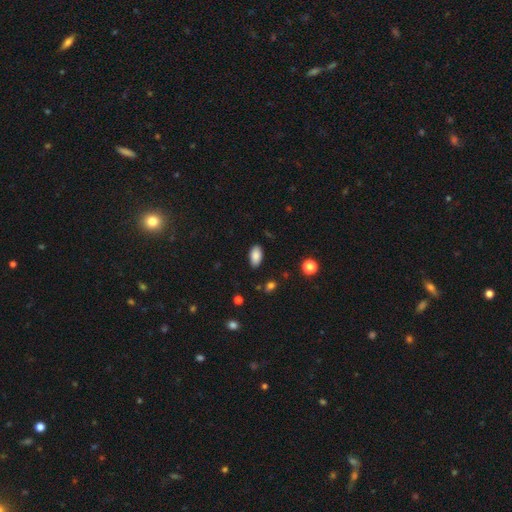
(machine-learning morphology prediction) This appears to be a smooth galaxy with no disk features (87%) that is in between round and cigar-shaped (94%). Merging: none (86%).